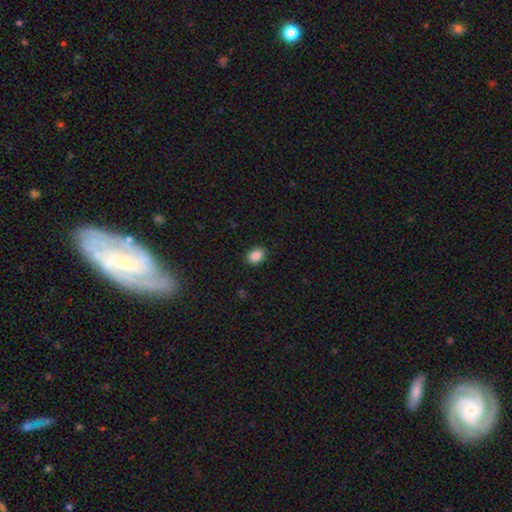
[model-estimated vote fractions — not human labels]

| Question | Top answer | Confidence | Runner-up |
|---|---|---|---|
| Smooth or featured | smooth | 88% | star or artifact (9%) |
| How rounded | in between | 67% | round (32%) |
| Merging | none | 89% | minor disturbance (8%) |